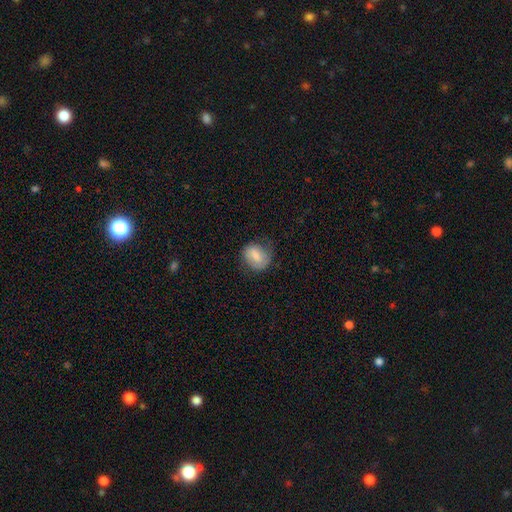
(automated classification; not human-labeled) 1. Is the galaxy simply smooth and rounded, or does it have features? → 62% smooth, 30% featured or disk, 7% star or artifact.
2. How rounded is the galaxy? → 62% round, 37% in between, 1% cigar-shaped.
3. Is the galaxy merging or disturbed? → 67% none, 23% minor disturbance, 9% major disturbance, 1% merger.